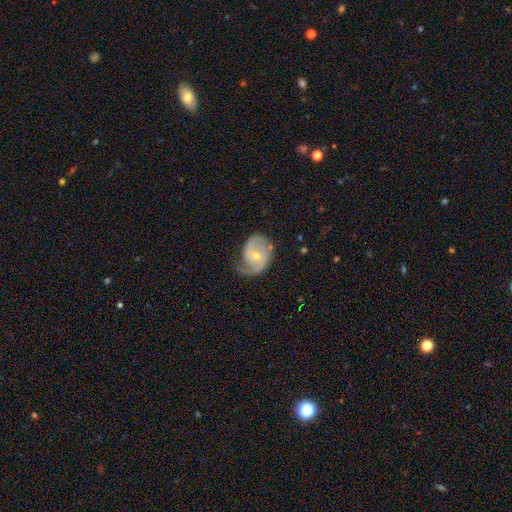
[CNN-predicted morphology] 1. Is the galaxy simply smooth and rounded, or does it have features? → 80% featured or disk, 14% smooth, 6% star or artifact.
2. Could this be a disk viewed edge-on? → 97% no, 3% yes.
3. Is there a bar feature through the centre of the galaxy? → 51% no, 40% weak, 9% strong.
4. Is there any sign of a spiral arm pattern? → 93% yes, 7% no.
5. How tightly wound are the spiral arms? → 44% medium, 31% tight, 25% loose.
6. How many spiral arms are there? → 72% 2, 15% 1, 8% can't tell, 2% 3, 1% 4, 1% more than 4.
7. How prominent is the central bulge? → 54% moderate, 43% small, 2% large, 1% none, 1% dominant.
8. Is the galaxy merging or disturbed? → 55% none, 29% minor disturbance, 14% major disturbance, 2% merger.